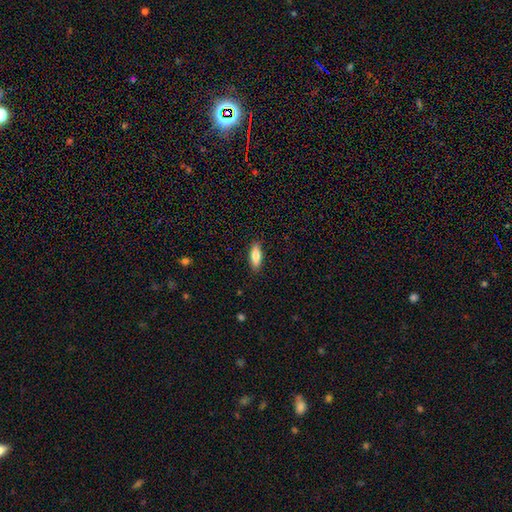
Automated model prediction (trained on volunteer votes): Q: Smooth or featured?
A: smooth (81%); runner-up: featured or disk (13%)
Q: How rounded?
A: in between (70%); runner-up: cigar-shaped (28%)
Q: Merging?
A: none (88%); runner-up: minor disturbance (9%)